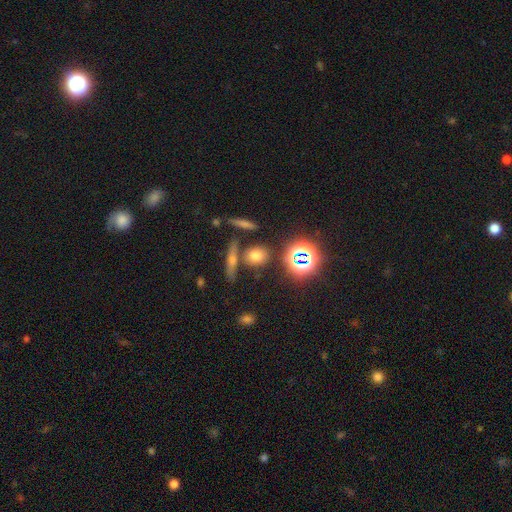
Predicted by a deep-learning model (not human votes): smooth_or_featured: smooth (p=0.64) [alt: star or artifact p=0.22]
how_rounded: round (p=0.69) [alt: in between p=0.25]
merging: none (p=0.74) [alt: merger p=0.13]